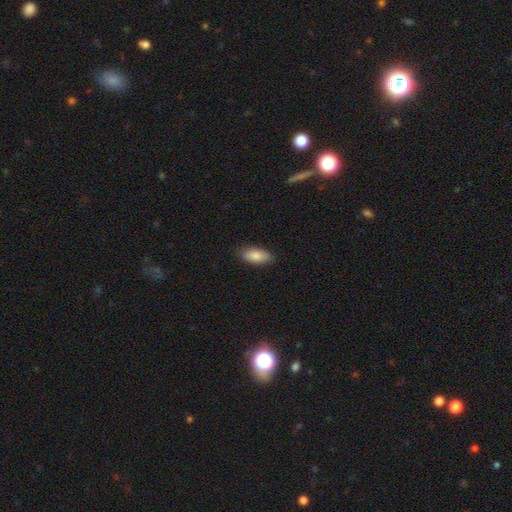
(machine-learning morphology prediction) This appears to be a smooth galaxy with no disk features (86%) that is in between round and cigar-shaped (89%). Merging: none (86%).